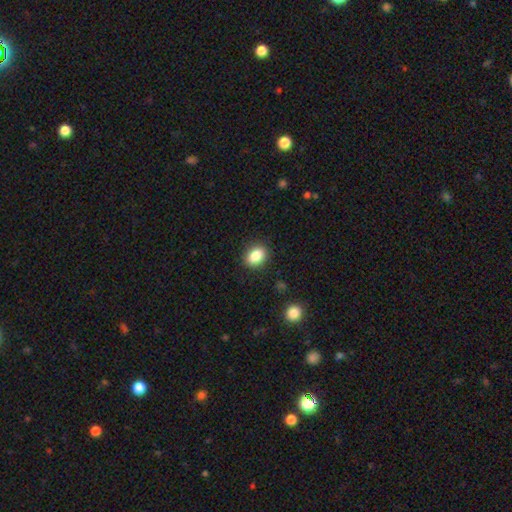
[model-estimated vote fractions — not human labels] Smooth or featured? Predicted: smooth (p=0.85). How rounded? Predicted: in between (p=0.68). Merging? Predicted: none (p=0.89).